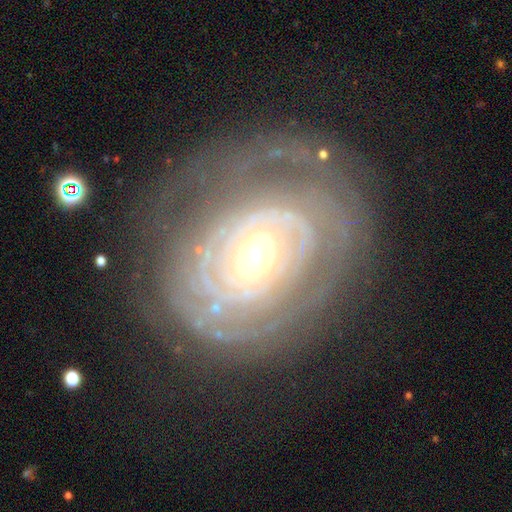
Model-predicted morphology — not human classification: The model was most divided on "bulge size": moderate: 51%, small: 42%, large: 4%, dominant: 1%, none: 1%. Remaining: edge-on disk — no (96%); smooth or featured — featured or disk (84%); spiral arms — yes (82%); spiral winding — tight (81%); bar — no (72%); merging — none (69%); spiral arm count — can't tell (50%).